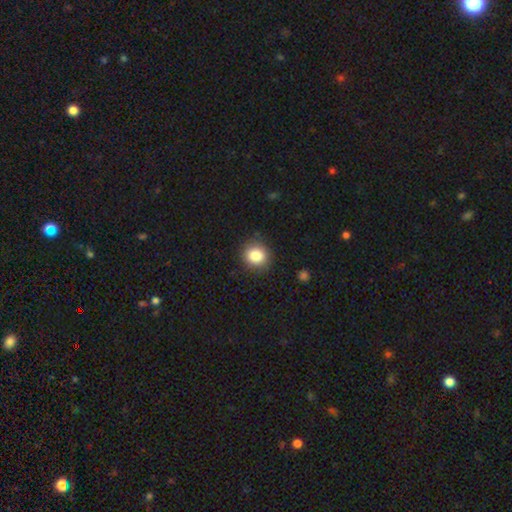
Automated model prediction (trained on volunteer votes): Overall: smooth (84%). How rounded: round (83%). Merging: none (87%).